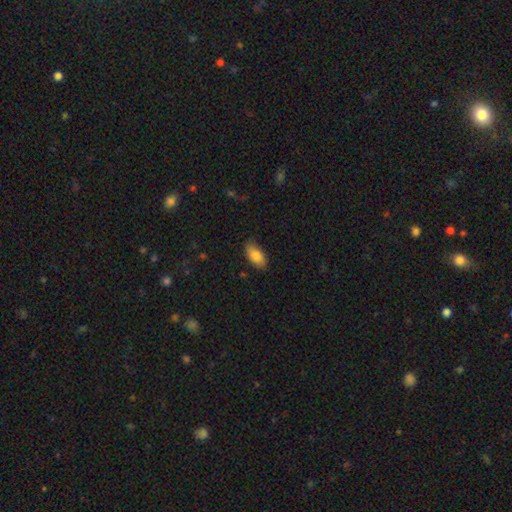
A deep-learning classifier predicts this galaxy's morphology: Q: Smooth or featured?
A: smooth (83%); runner-up: featured or disk (10%)
Q: How rounded?
A: in between (92%); runner-up: cigar-shaped (5%)
Q: Merging?
A: none (79%); runner-up: minor disturbance (17%)